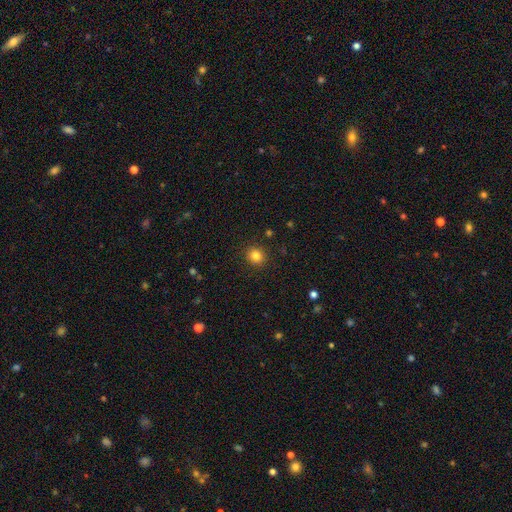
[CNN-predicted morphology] smooth 83%, star or artifact 12%, featured or disk 5%. Down the decision tree: how rounded — round (88%); merging — none (91%).